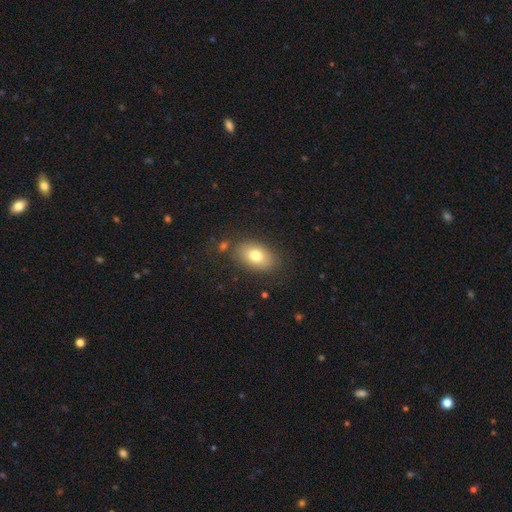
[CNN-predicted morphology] A smooth galaxy with no disk features (78%) that is in between round and cigar-shaped (87%). Merging: none (83%).